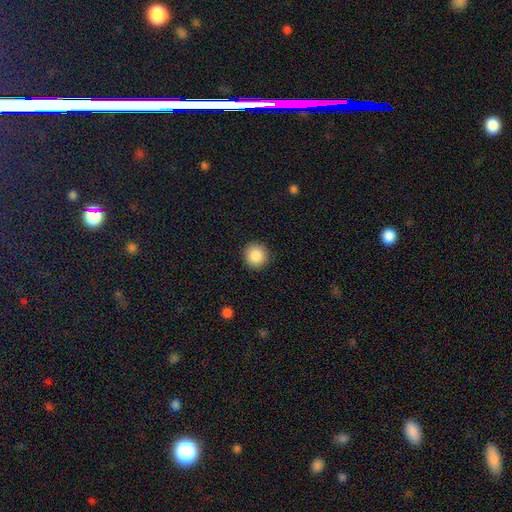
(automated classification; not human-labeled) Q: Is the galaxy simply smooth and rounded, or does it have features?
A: smooth — 88%.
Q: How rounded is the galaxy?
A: round — 95%.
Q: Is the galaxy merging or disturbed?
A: none — 92%.